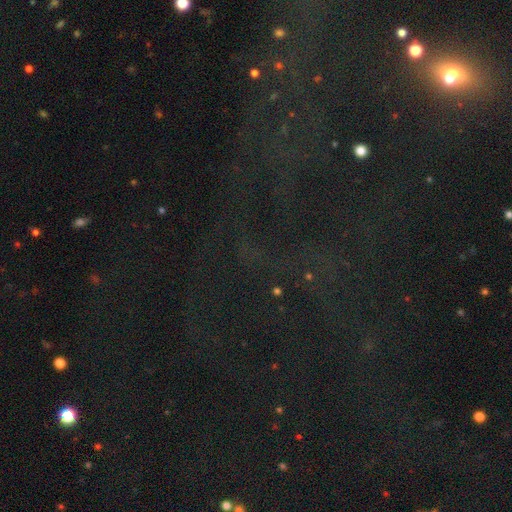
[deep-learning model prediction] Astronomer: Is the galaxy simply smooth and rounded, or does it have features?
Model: star or artifact — 77%.